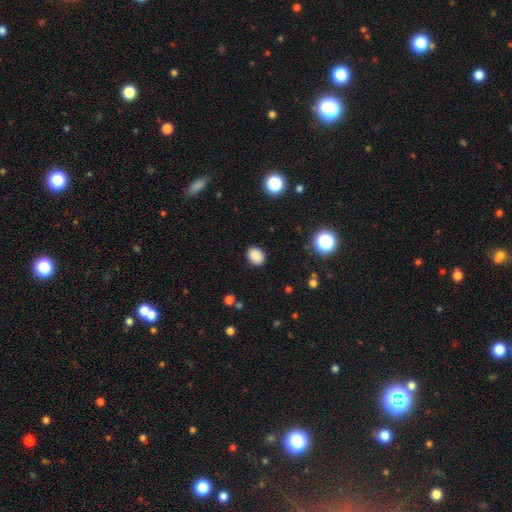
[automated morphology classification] Smooth or featured? Predicted: smooth (p=0.87). How rounded? Predicted: in between (p=0.61). Merging? Predicted: none (p=0.88).